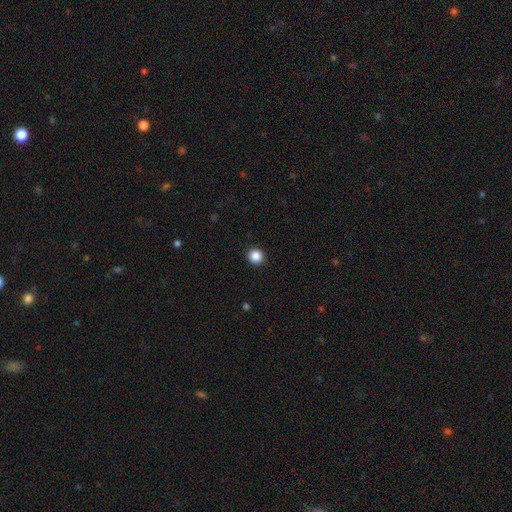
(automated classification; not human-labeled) Q: Smooth or featured?
A: smooth (87%); runner-up: star or artifact (10%)
Q: How rounded?
A: round (94%); runner-up: in between (5%)
Q: Merging?
A: none (93%); runner-up: minor disturbance (4%)